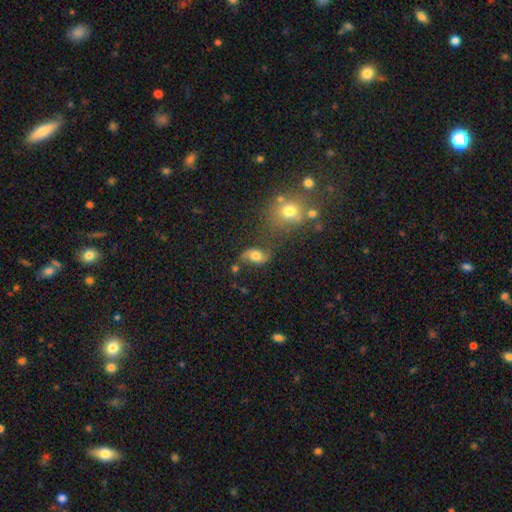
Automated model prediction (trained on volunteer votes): The model was most divided on "smooth or featured": smooth: 50%, featured or disk: 37%, star or artifact: 13%. More confident: how rounded — in between (75%); merging — none (54%).